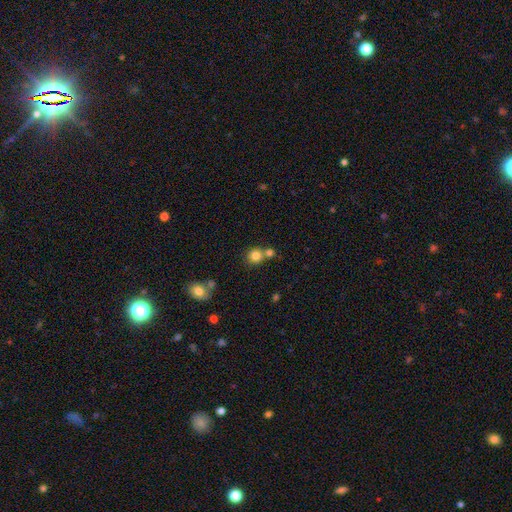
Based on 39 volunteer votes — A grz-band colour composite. It shows a smooth galaxy with no disk features (92%) that is round (97%). Merging: none (54%).